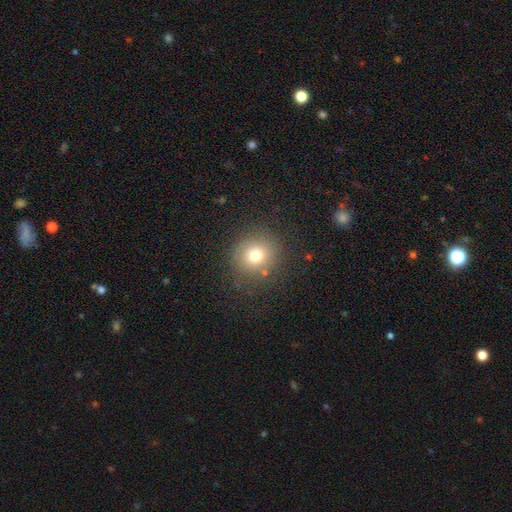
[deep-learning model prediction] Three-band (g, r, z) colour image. It shows a smooth galaxy with no disk features (73%) that is round (91%). Merging: none (84%).